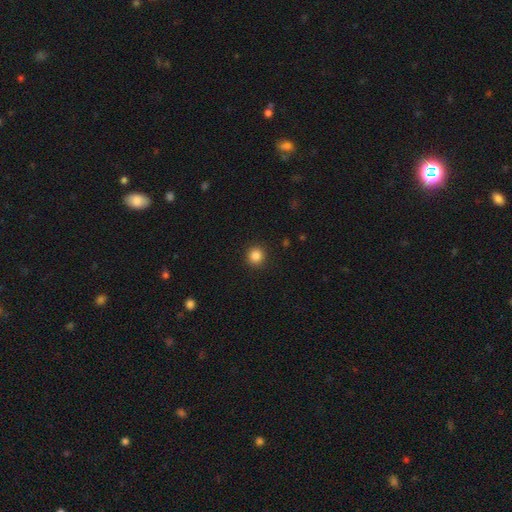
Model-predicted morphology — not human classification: This appears to be a smooth galaxy with no disk features (85%) that is round (94%). Merging: none (92%).